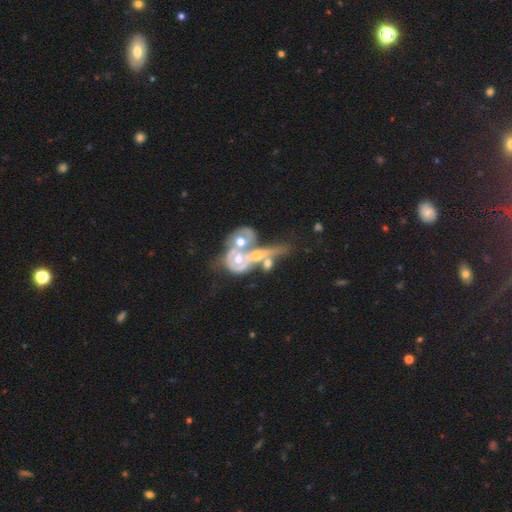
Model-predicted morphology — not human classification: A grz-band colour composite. It shows a featured or disk galaxy (43%). Merging: merger (54%).